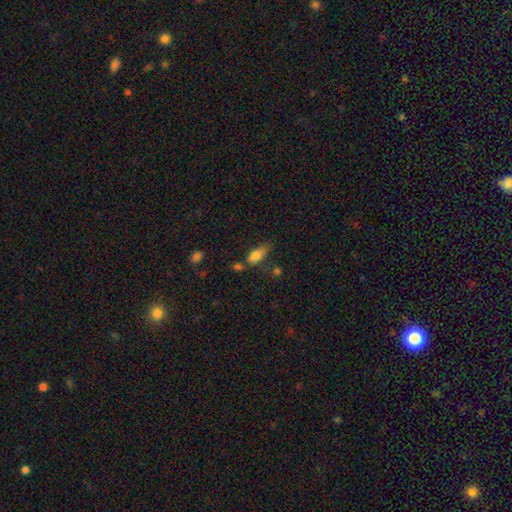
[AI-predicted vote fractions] A smooth galaxy with no disk features (80%) that is in between round and cigar-shaped (82%).

Vote fractions:
- Smooth or featured? smooth: 80% / featured or disk: 11% / star or artifact: 9%
- How rounded? in between: 82% / cigar-shaped: 13% / round: 5%
- Merging? none: 39% / minor disturbance: 33% / major disturbance: 14% / merger: 13%